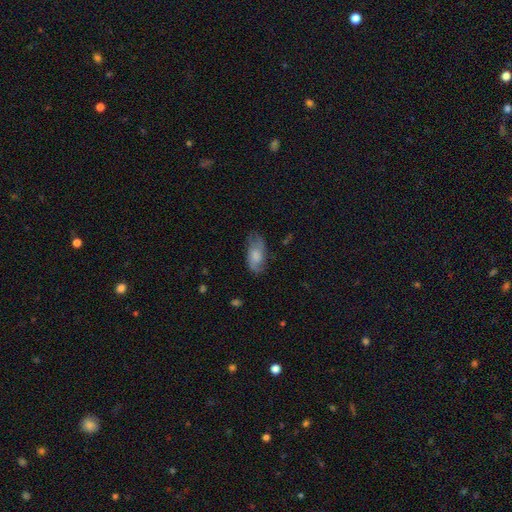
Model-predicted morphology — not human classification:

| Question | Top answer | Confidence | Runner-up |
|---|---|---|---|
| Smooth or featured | smooth | 54% | featured or disk (38%) |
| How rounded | in between | 89% | cigar-shaped (6%) |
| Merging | none | 60% | minor disturbance (27%) |